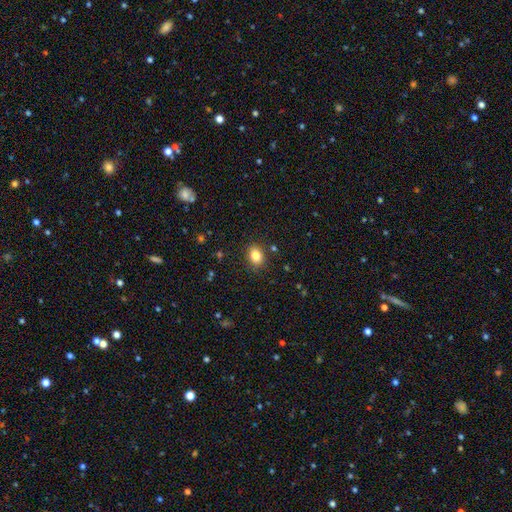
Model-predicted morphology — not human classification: Smooth or featured: smooth — 83% (star or artifact — 10%)
How rounded: in between — 67% (round — 32%)
Merging: none — 86% (minor disturbance — 10%)